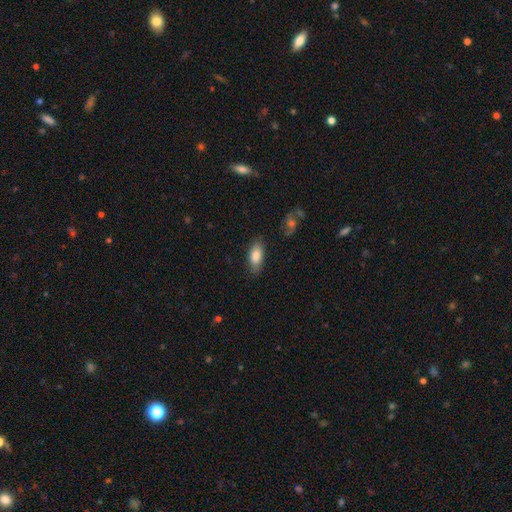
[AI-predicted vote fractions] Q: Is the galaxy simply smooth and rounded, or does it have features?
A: smooth — 85%.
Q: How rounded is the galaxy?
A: in between — 86%.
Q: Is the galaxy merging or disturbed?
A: none — 81%.